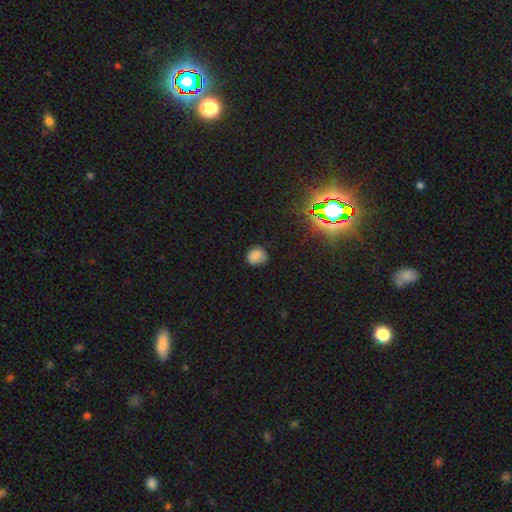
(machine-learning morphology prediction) Smooth or featured? Predicted: smooth (p=0.79). How rounded? Predicted: round (p=0.67). Merging? Predicted: none (p=0.71).